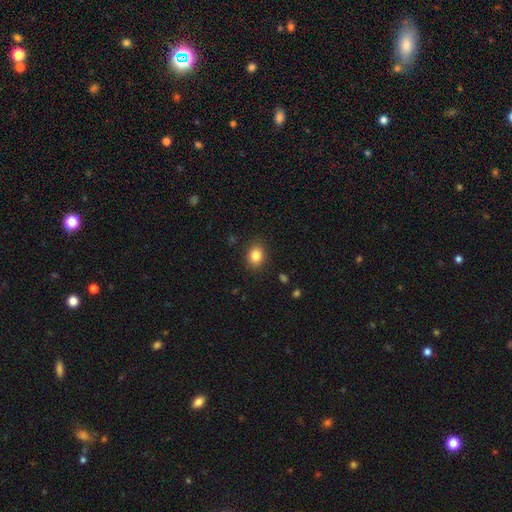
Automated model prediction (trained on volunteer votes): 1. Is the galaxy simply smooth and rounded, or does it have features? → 84% smooth, 10% star or artifact, 6% featured or disk.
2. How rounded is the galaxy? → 58% round, 41% in between, 1% cigar-shaped.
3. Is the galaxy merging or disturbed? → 88% none, 9% minor disturbance, 2% major disturbance, 1% merger.